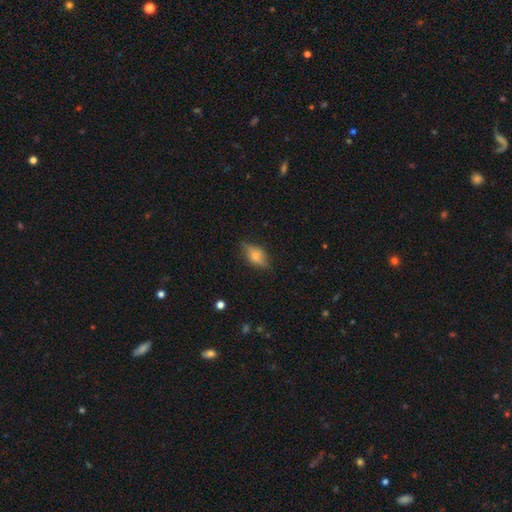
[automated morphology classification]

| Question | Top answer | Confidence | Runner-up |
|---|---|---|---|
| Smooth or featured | featured or disk | 47% | smooth (44%) |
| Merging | none | 76% | minor disturbance (19%) |